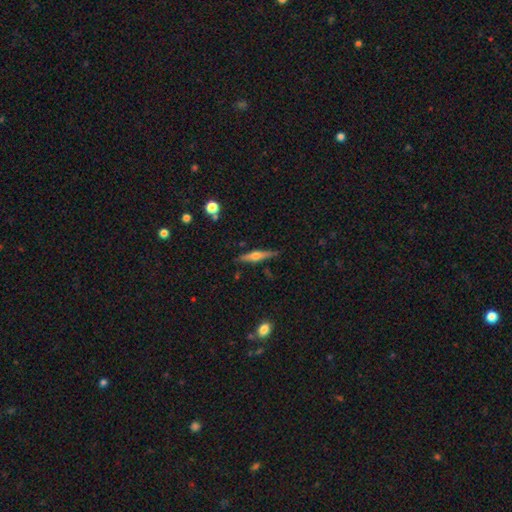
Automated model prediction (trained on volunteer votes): A featured or disk galaxy (65%) viewed edge-on (97%) with a rounded central bulge (91%). Merging: none (85%).